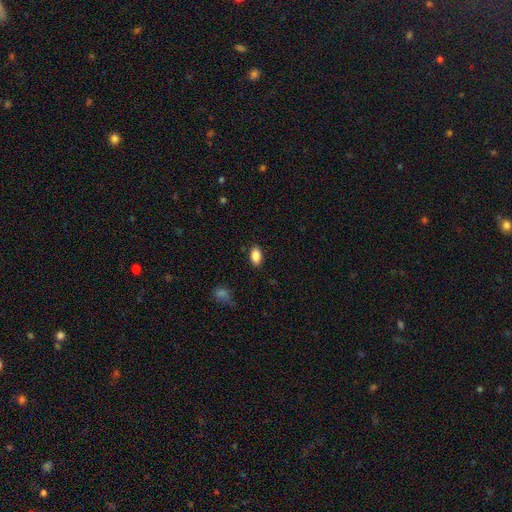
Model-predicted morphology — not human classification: Smooth or featured?
  - smooth: 87% *
  - star or artifact: 8%
  - featured or disk: 5%
How rounded?
  - in between: 91% *
  - round: 6%
  - cigar-shaped: 3%
Merging?
  - none: 86% *
  - minor disturbance: 11%
  - major disturbance: 2%
  - merger: 1%